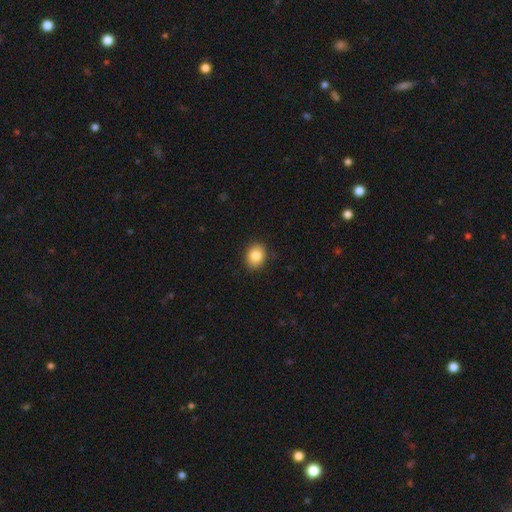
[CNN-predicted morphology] Smooth or featured: smooth — 84% (star or artifact — 9%)
How rounded: round — 52% (in between — 47%)
Merging: none — 88% (minor disturbance — 9%)